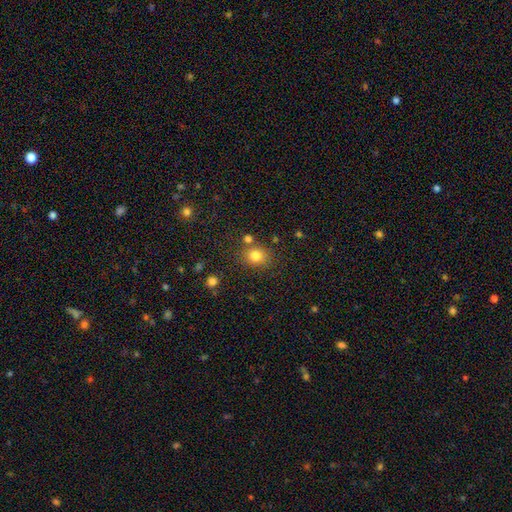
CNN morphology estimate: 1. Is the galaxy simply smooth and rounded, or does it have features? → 80% smooth, 13% star or artifact, 7% featured or disk.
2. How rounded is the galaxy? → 70% round, 29% in between, 1% cigar-shaped.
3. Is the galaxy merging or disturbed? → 75% none, 11% minor disturbance, 10% merger, 4% major disturbance.